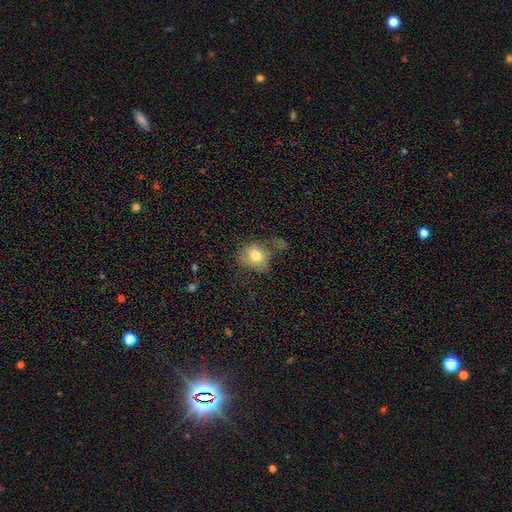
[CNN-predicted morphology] Overall: smooth (76%). How rounded: round (59%; in between 40%). Merging: none (56%; minor disturbance 24%).